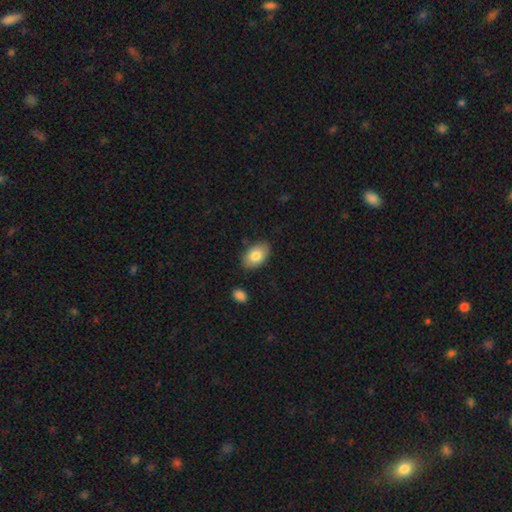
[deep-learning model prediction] Morphology: type=smooth (81%); roundness=in between (91%); merging=none (84%).